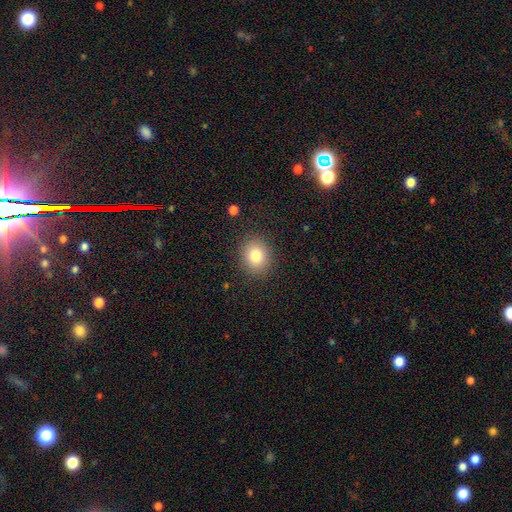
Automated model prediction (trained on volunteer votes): Smooth or featured: smooth — 81% (star or artifact — 10%)
How rounded: round — 64% (in between — 35%)
Merging: none — 87% (minor disturbance — 8%)